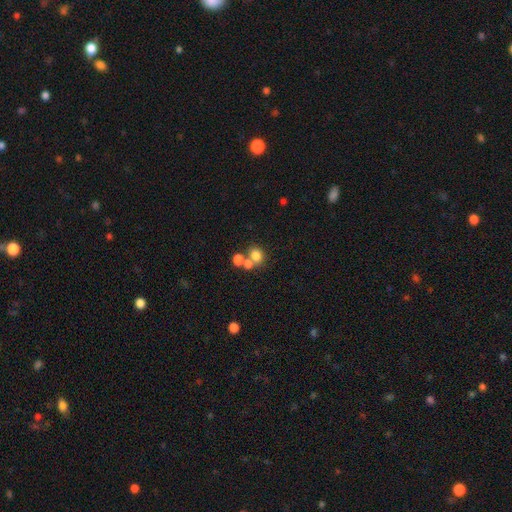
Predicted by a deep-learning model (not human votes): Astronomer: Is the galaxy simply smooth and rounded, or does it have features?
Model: smooth — 75%.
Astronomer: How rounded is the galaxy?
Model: round — 69%.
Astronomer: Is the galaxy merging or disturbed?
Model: none — 48% (runner-up: merger, 39%).